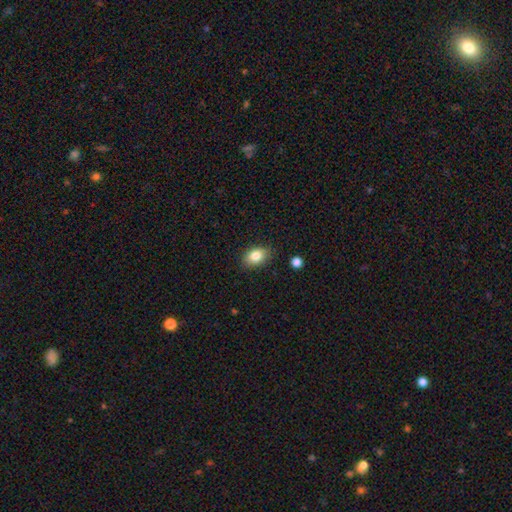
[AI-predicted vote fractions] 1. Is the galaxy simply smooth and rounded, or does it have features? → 82% smooth, 9% featured or disk, 9% star or artifact.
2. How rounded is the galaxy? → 82% in between, 16% round, 1% cigar-shaped.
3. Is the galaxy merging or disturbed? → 85% none, 11% minor disturbance, 2% major disturbance, 2% merger.